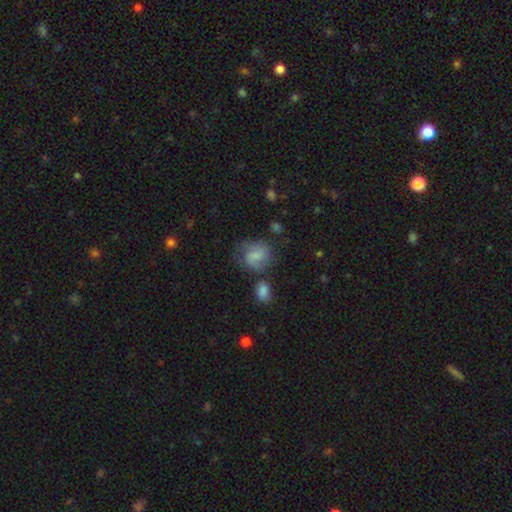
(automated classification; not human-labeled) smooth_or_featured: smooth (p=0.57) [alt: featured or disk p=0.33]
how_rounded: round (p=0.54) [alt: in between p=0.44]
merging: none (p=0.56) [alt: minor disturbance p=0.23]